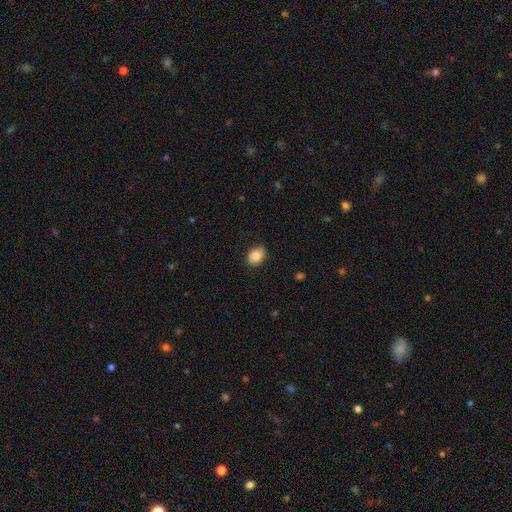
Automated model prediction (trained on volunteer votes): This is clearly a smooth galaxy (82%). How rounded: likely in between (67%). Merging: clearly none (81%).